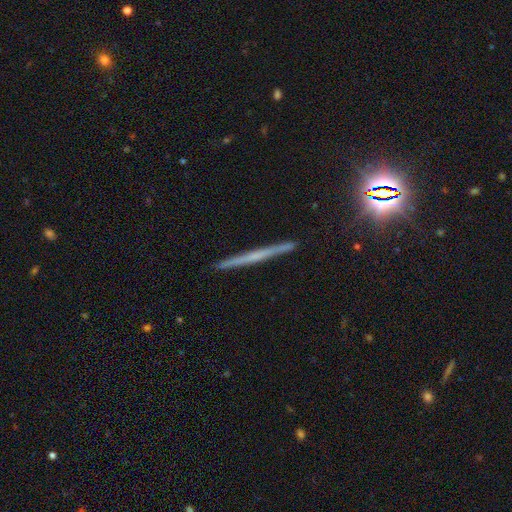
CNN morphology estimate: Q: Smooth or featured?
A: featured or disk (57%); runner-up: smooth (31%)
Q: Edge-on disk?
A: yes (97%); runner-up: no (3%)
Q: Edge-on bulge?
A: none (78%); runner-up: rounded (16%)
Q: Merging?
A: none (91%); runner-up: minor disturbance (6%)